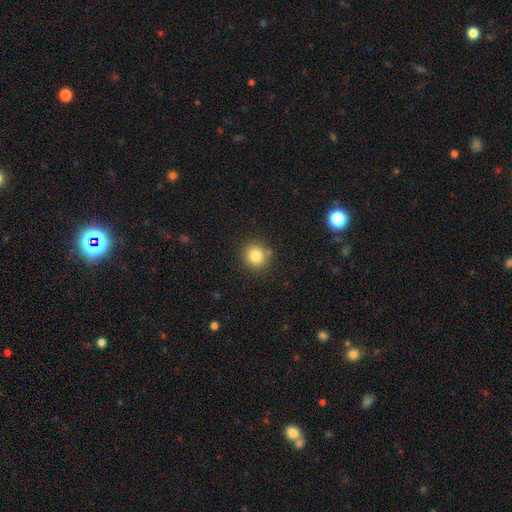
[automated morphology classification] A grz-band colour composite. It shows a smooth galaxy with no disk features (82%) that is round (86%). Merging: none (83%).